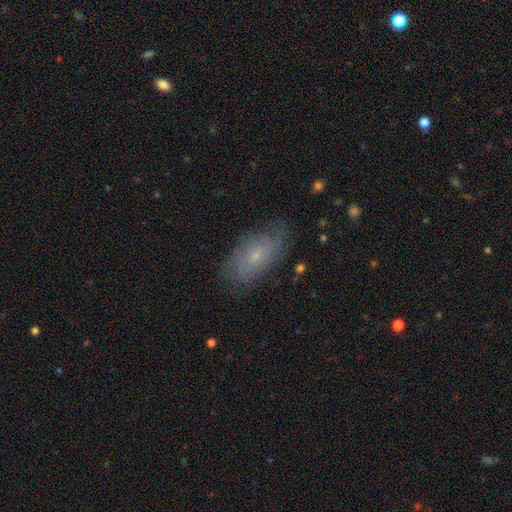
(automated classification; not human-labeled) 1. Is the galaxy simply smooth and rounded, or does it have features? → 50% smooth, 40% featured or disk, 9% star or artifact.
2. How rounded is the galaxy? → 89% in between, 6% cigar-shaped, 5% round.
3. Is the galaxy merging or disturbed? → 71% none, 21% minor disturbance, 7% major disturbance, 1% merger.